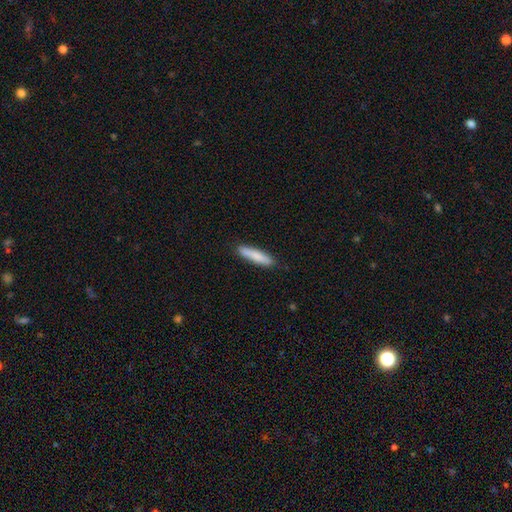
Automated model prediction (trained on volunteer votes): Q: Smooth or featured?
A: smooth (80%); runner-up: featured or disk (14%)
Q: How rounded?
A: cigar-shaped (87%); runner-up: in between (11%)
Q: Merging?
A: none (88%); runner-up: minor disturbance (9%)